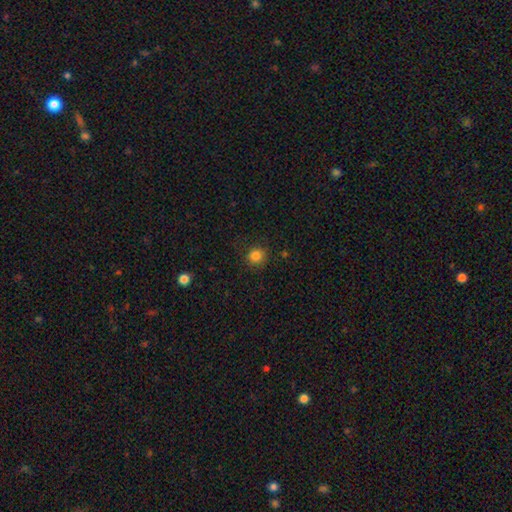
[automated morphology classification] Overall: smooth (84%). How rounded: round (91%). Merging: none (87%).